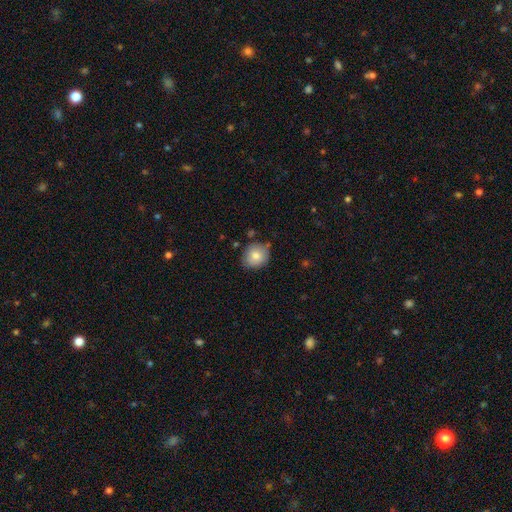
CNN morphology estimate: type=smooth (79%); roundness=round (78%); merging=none (75%).